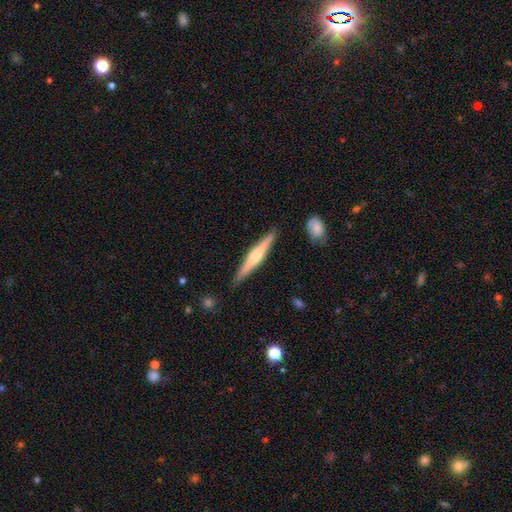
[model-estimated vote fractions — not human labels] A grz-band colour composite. It shows a featured or disk galaxy (60%) viewed edge-on (97%) with a rounded central bulge (71%). Merging: none (89%).